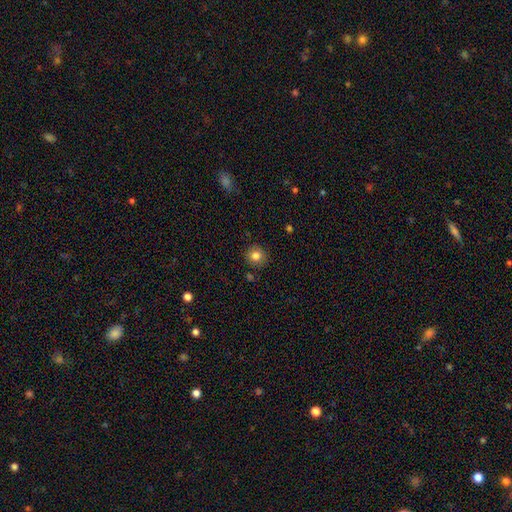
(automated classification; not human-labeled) smooth_or_featured: smooth (p=0.82) [alt: star or artifact p=0.11]
how_rounded: round (p=0.89) [alt: in between p=0.10]
merging: none (p=0.88) [alt: minor disturbance p=0.08]